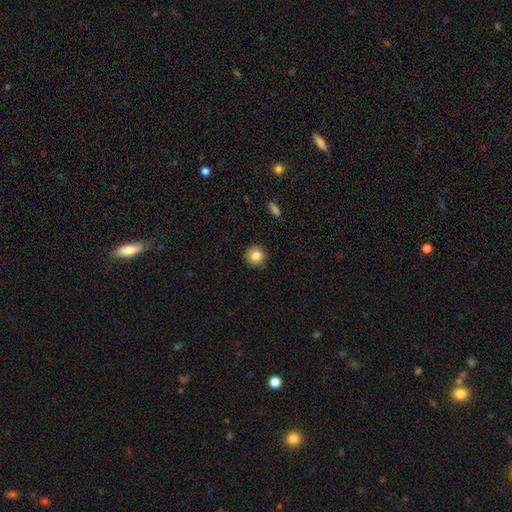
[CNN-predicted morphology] type=smooth (83%); roundness=round (94%); merging=none (90%).